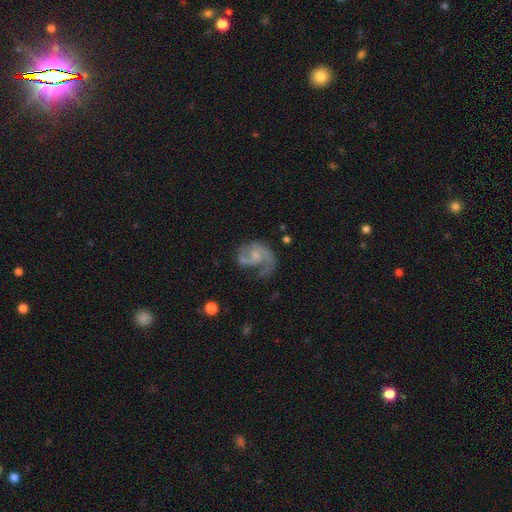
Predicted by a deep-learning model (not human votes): Morphology: type=featured or disk (81%); edge-on=no (98%); bar=no (64%); spiral arms=yes (92%); winding=medium (46%); arm count=2 (59%); bulge=small (63%); merging=none (42%).